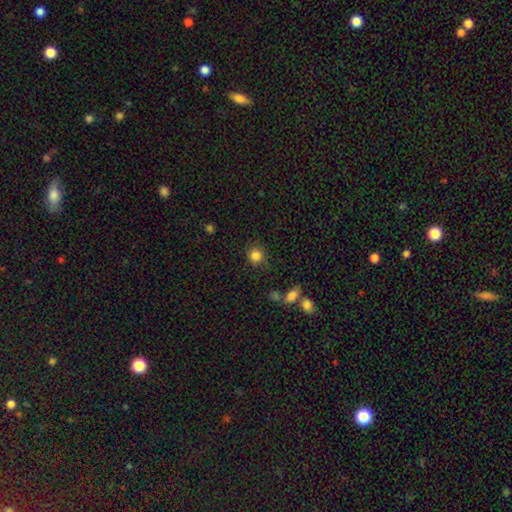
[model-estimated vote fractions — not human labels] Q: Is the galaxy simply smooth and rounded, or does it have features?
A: smooth — 85%.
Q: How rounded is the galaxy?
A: round — 90%.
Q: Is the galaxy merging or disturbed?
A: none — 85%.